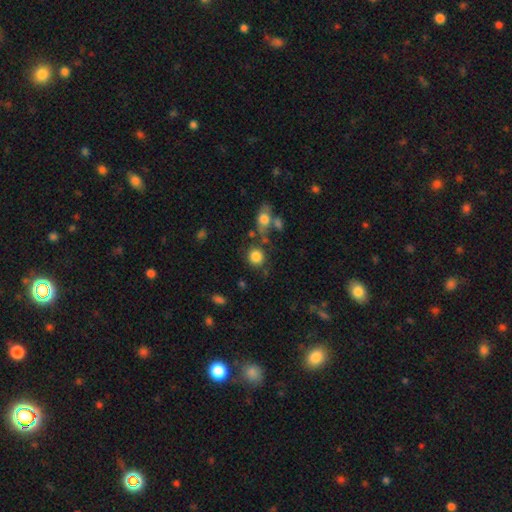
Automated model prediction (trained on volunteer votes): smooth-or-featured: smooth: 83% | star or artifact: 10% | featured or disk: 7%
  how-rounded: round: 89% | in between: 10% | cigar-shaped: 1%
  merging: none: 72% | minor disturbance: 12% | merger: 11% | major disturbance: 5%